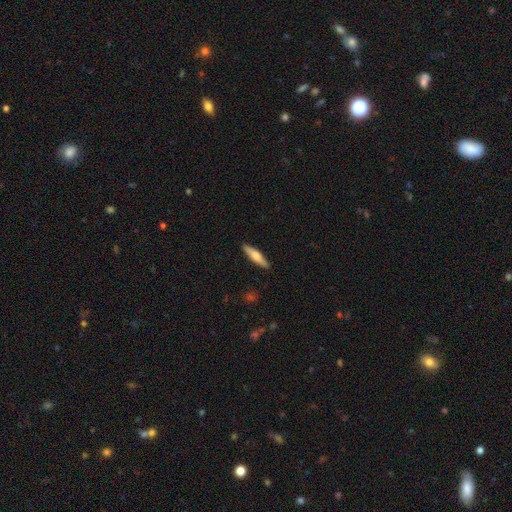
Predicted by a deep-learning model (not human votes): A smooth galaxy with no disk features (56%) that is cigar-shaped (80%).

Vote fractions:
- Smooth or featured? smooth: 56% / featured or disk: 38% / star or artifact: 5%
- How rounded? cigar-shaped: 80% / in between: 19% / round: 2%
- Merging? none: 91% / minor disturbance: 7% / major disturbance: 1% / merger: 1%